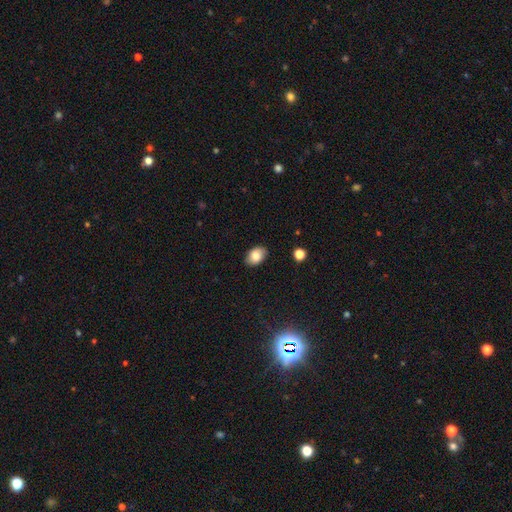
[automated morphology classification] This appears to be a smooth galaxy with no disk features (82%) that is in between round and cigar-shaped (86%). Merging: none (85%).